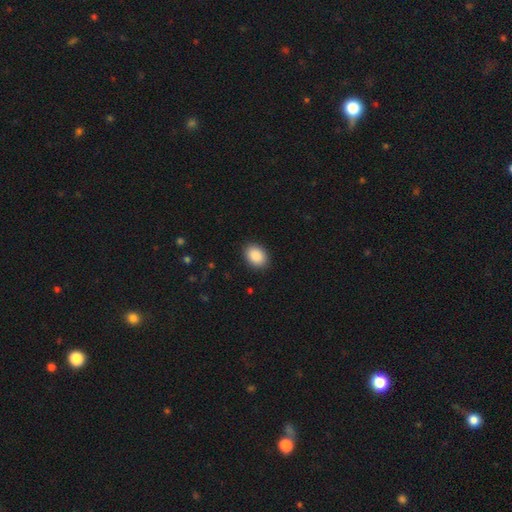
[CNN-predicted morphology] smooth 90%, star or artifact 7%, featured or disk 3%. Down the decision tree: how rounded — in between (74%); merging — none (89%).